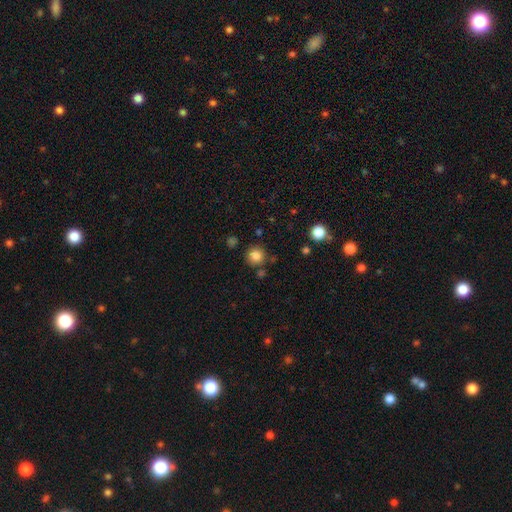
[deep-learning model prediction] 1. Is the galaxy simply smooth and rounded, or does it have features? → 83% smooth, 12% star or artifact, 6% featured or disk.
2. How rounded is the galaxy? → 93% round, 6% in between, 1% cigar-shaped.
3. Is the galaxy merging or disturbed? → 84% none, 8% minor disturbance, 5% merger, 3% major disturbance.